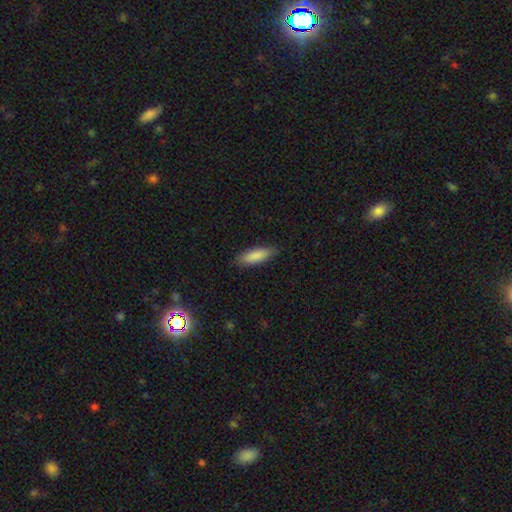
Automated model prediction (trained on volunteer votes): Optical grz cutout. It shows a smooth galaxy with no disk features (85%) that is in between round and cigar-shaped (50%). Merging: none (85%).